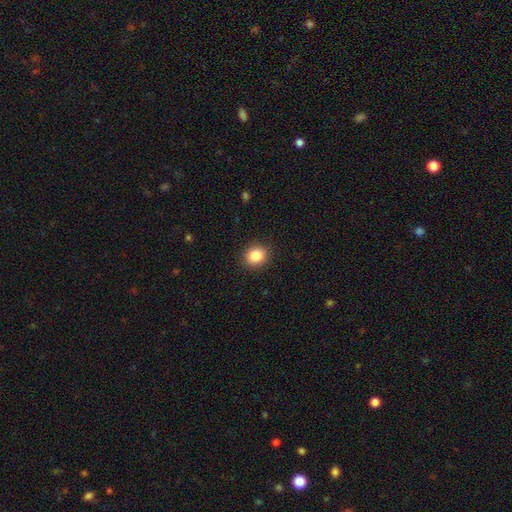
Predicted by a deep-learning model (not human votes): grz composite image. It shows a smooth galaxy with no disk features (86%) that is round (73%). Merging: none (91%).